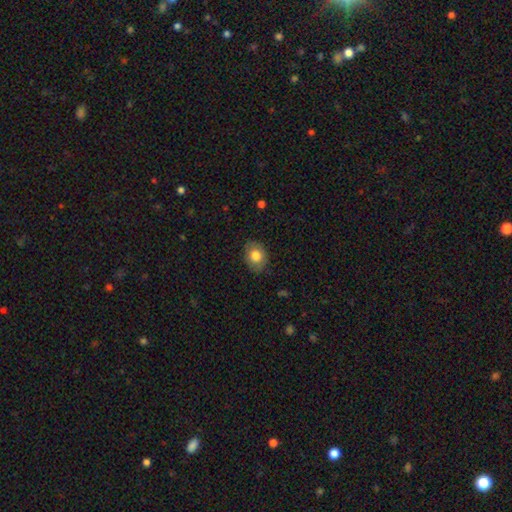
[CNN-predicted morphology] type=smooth (79%); roundness=in between (60%); merging=none (83%).